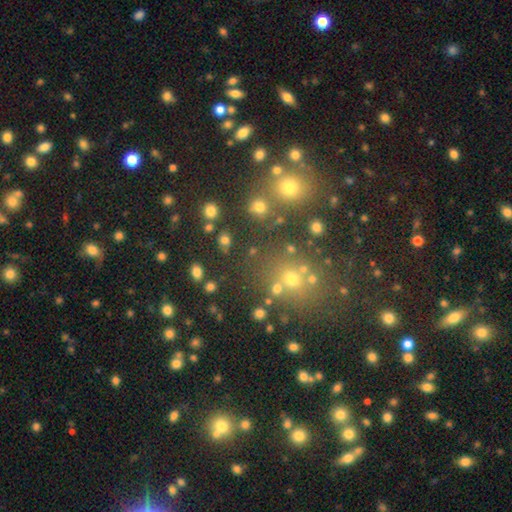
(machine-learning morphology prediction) This is possibly a star or artifact rather than a galaxy (50%).